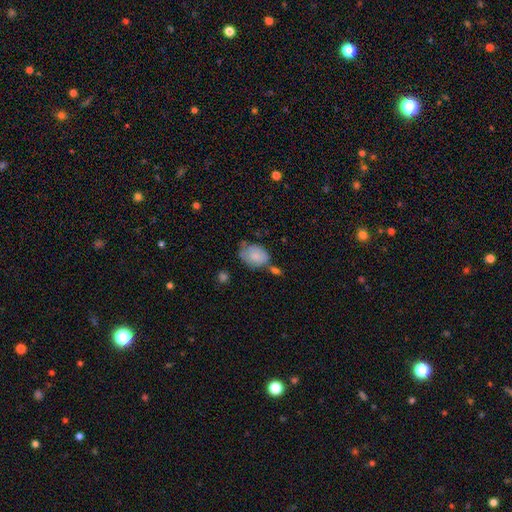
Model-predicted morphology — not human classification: Smooth or featured? Predicted: smooth (p=0.78). How rounded? Predicted: in between (p=0.67). Merging? Predicted: none (p=0.42).